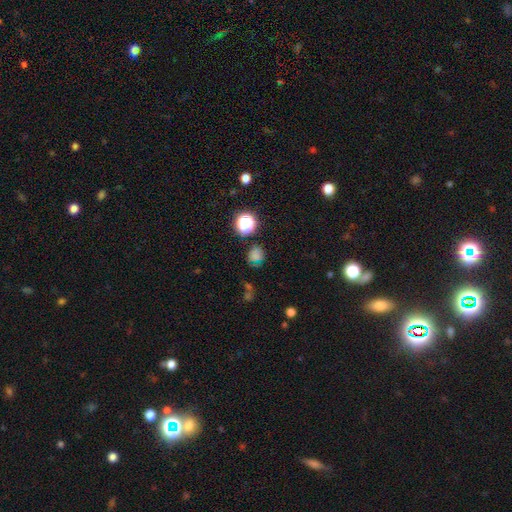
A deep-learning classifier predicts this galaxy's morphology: type=smooth (65%); roundness=round (77%); merging=none (69%).